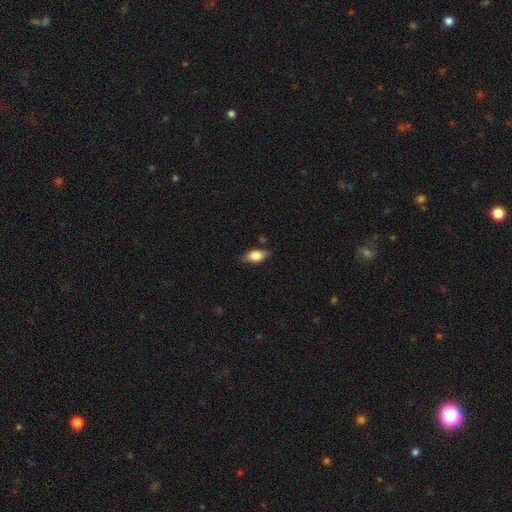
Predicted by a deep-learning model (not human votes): A smooth galaxy with no disk features (79%) that is in between round and cigar-shaped (89%). Merging: none (77%).